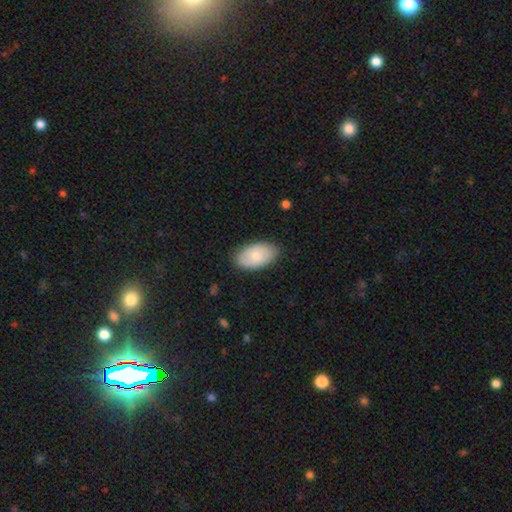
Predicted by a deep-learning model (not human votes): This appears to be a smooth galaxy with no disk features (74%) that is in between round and cigar-shaped (94%). Merging: none (84%).